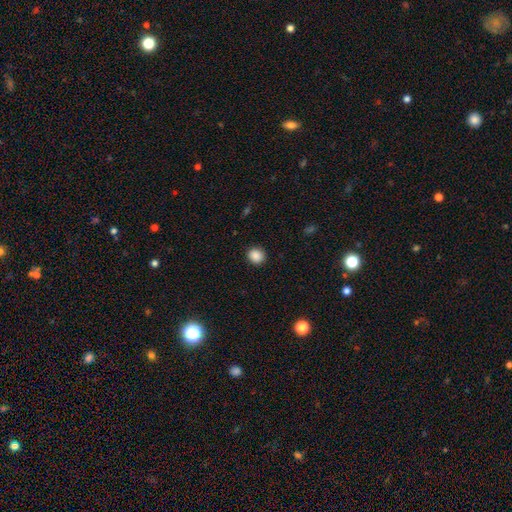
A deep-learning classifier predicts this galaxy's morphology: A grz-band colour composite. It shows a smooth galaxy with no disk features (88%) that is round (81%). Merging: none (91%).